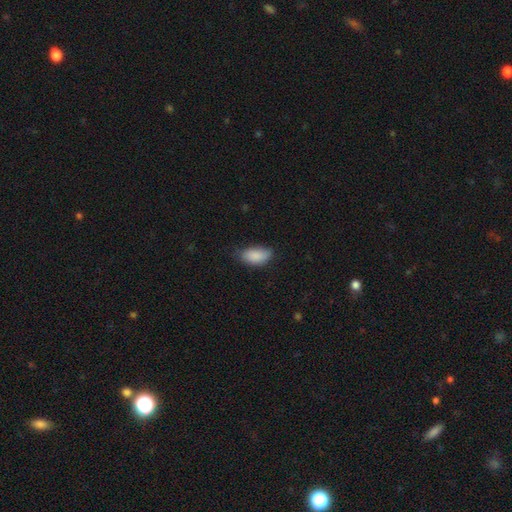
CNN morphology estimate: smooth-or-featured: smooth: 88% | star or artifact: 7% | featured or disk: 6%
  how-rounded: in between: 93% | cigar-shaped: 4% | round: 3%
  merging: none: 68% | minor disturbance: 27% | major disturbance: 5% | merger: 1%